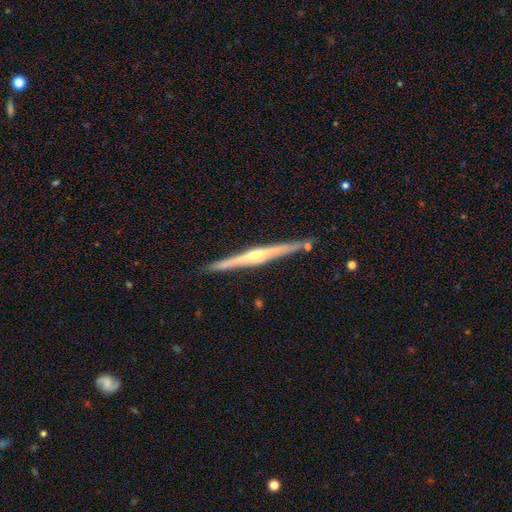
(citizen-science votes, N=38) Overall: featured or disk (92%). Edge-on disk: yes (100%). Edge-on bulge: rounded (91%). Merging: none (89%).